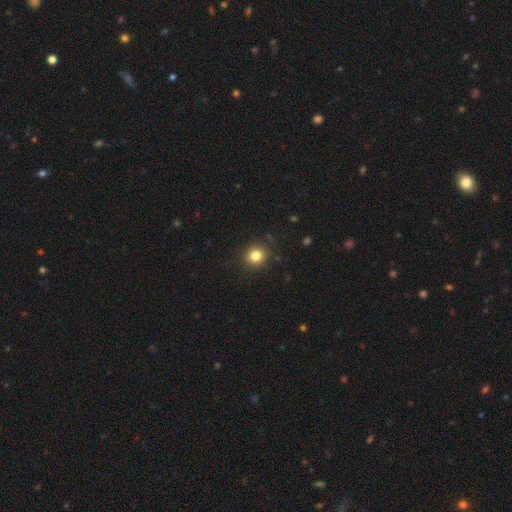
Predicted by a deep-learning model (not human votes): This is clearly a smooth galaxy (82%). How rounded: clearly round (87%). Merging: clearly none (89%).